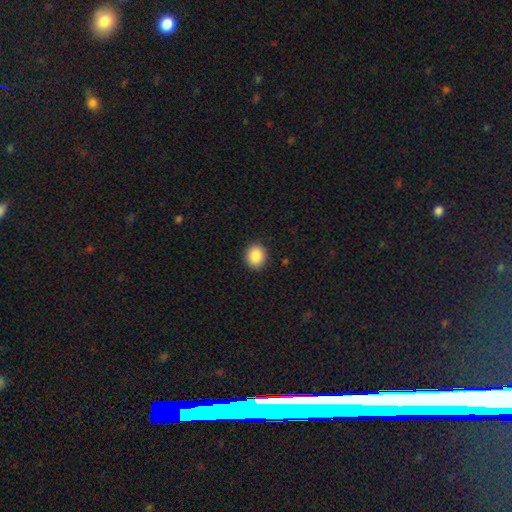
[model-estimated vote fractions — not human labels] smooth 88%, star or artifact 8%, featured or disk 4%. Down the decision tree: how rounded — round (77%); merging — none (91%).